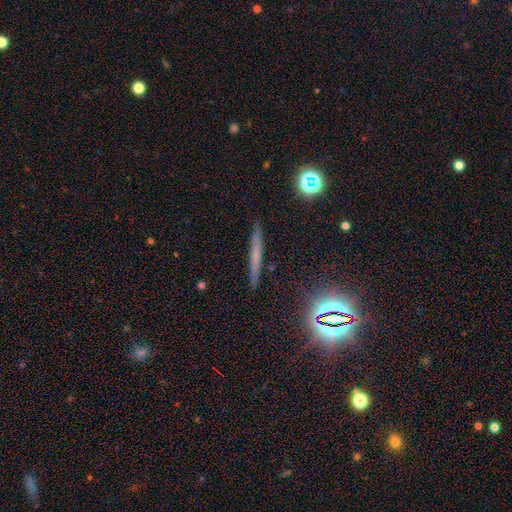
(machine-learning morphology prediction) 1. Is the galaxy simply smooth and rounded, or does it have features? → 46% smooth, 36% featured or disk, 18% star or artifact.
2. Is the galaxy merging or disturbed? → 89% none, 8% minor disturbance, 2% major disturbance, 2% merger.